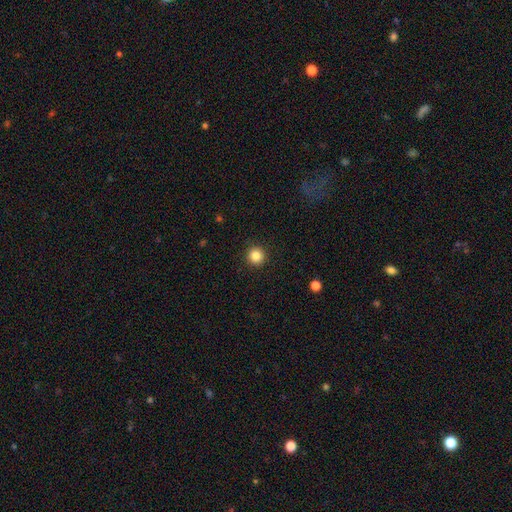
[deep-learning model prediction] Morphology: type=smooth (85%); roundness=round (95%); merging=none (93%).